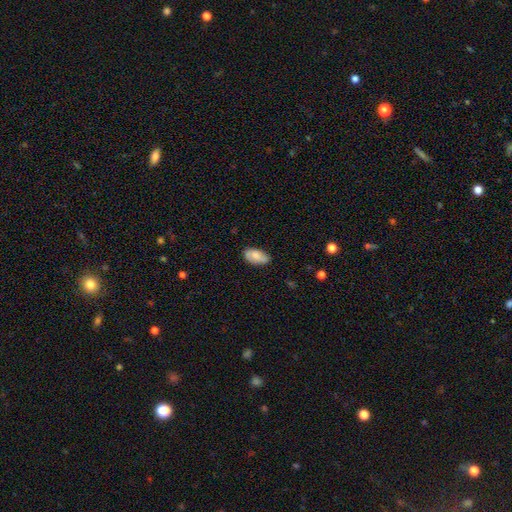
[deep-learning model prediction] Smooth or featured?
  - smooth: 75% *
  - featured or disk: 19%
  - star or artifact: 7%
How rounded?
  - in between: 94% *
  - cigar-shaped: 4%
  - round: 3%
Merging?
  - none: 75% *
  - minor disturbance: 20%
  - major disturbance: 4%
  - merger: 1%